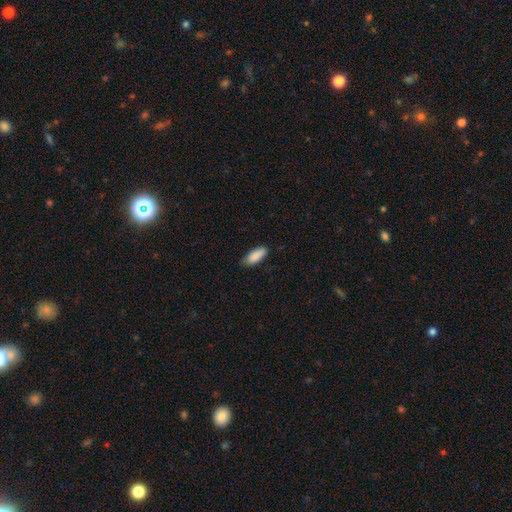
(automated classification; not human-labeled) A smooth galaxy with no disk features (89%) that is in between round and cigar-shaped (79%). Merging: none (79%).